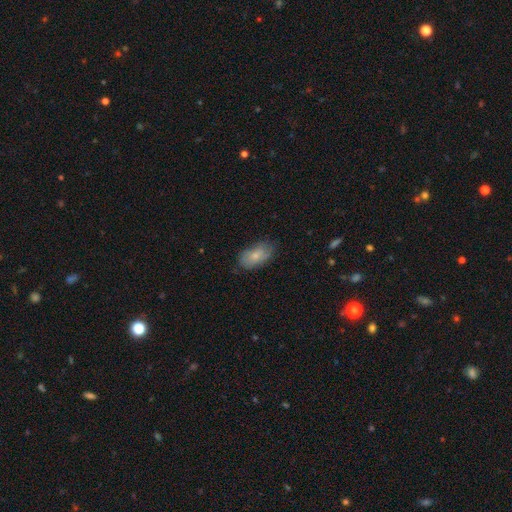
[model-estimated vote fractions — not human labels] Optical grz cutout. It shows a smooth galaxy with no disk features (74%) that is in between round and cigar-shaped (92%). Merging: none (68%).